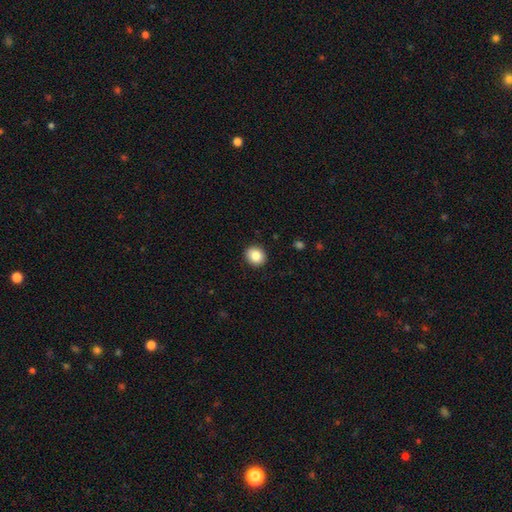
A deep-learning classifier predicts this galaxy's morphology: smooth 85%, star or artifact 9%, featured or disk 6%. Down the decision tree: how rounded — round (80%); merging — none (92%).